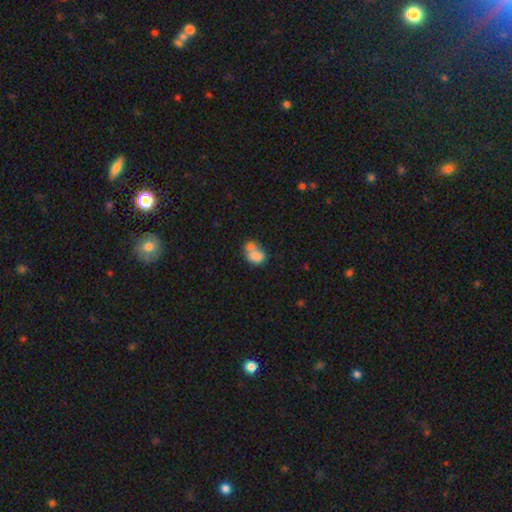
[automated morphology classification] Smooth or featured? smooth (77%)
How rounded? in between (63%)
Merging? merger (57%)